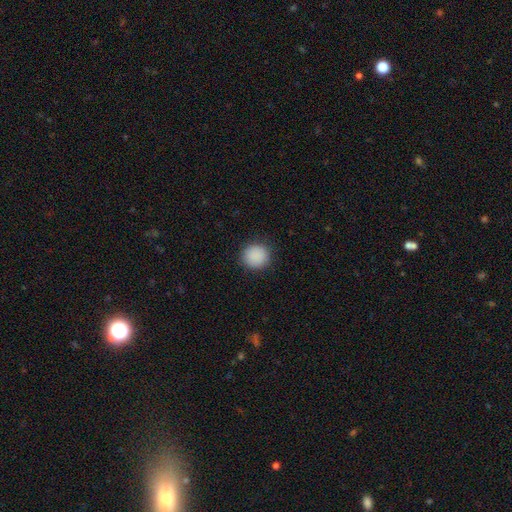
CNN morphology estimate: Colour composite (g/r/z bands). It shows a smooth galaxy with no disk features (90%) that is round (92%). Merging: none (91%).